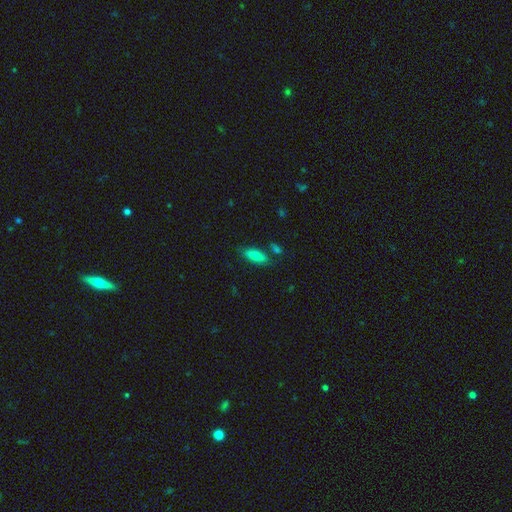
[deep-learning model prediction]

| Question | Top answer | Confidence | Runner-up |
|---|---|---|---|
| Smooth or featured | smooth | 81% | featured or disk (12%) |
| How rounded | in between | 58% | cigar-shaped (40%) |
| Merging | none | 74% | minor disturbance (16%) |